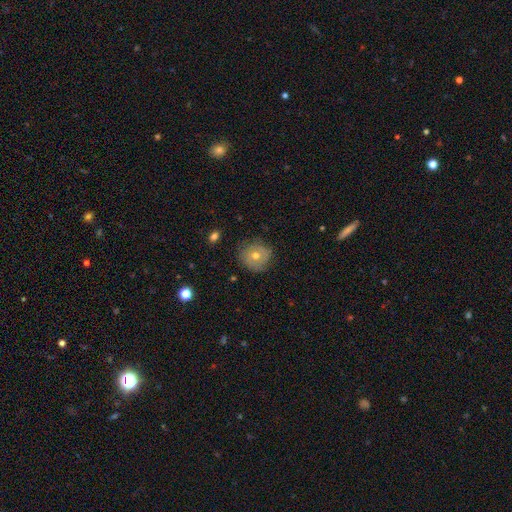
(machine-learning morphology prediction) Smooth or featured?
  - smooth: 57% *
  - featured or disk: 32%
  - star or artifact: 11%
How rounded?
  - round: 91% *
  - in between: 8%
  - cigar-shaped: 1%
Merging?
  - none: 80% *
  - minor disturbance: 15%
  - major disturbance: 4%
  - merger: 1%